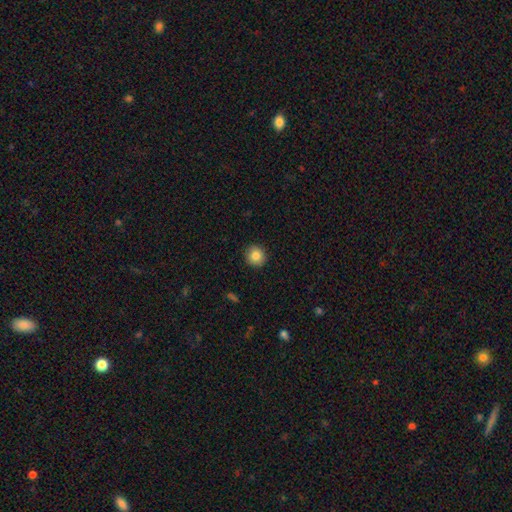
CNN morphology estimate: Smooth or featured? Predicted: smooth (p=0.85). How rounded? Predicted: round (p=0.92). Merging? Predicted: none (p=0.91).